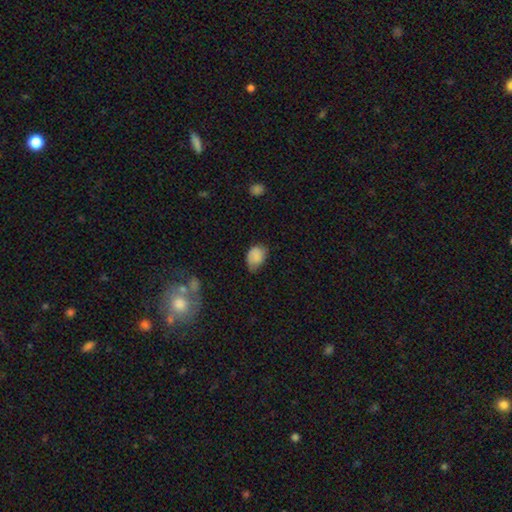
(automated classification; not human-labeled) smooth_or_featured: smooth (p=0.81) [alt: featured or disk p=0.11]
how_rounded: in between (p=0.73) [alt: round p=0.26]
merging: none (p=0.49) [alt: minor disturbance p=0.39]